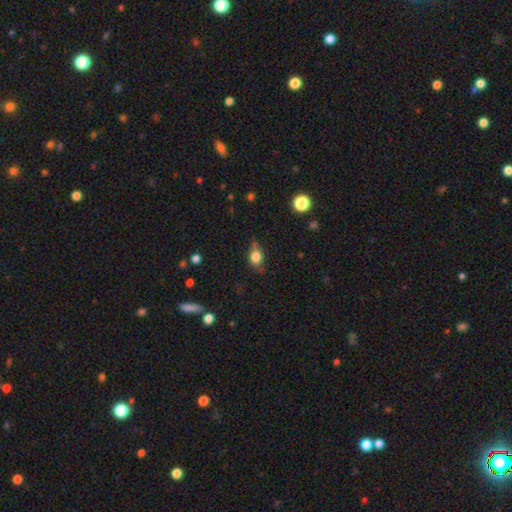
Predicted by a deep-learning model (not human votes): A smooth galaxy with no disk features (81%) that is in between round and cigar-shaped (68%). Merging: none (65%).